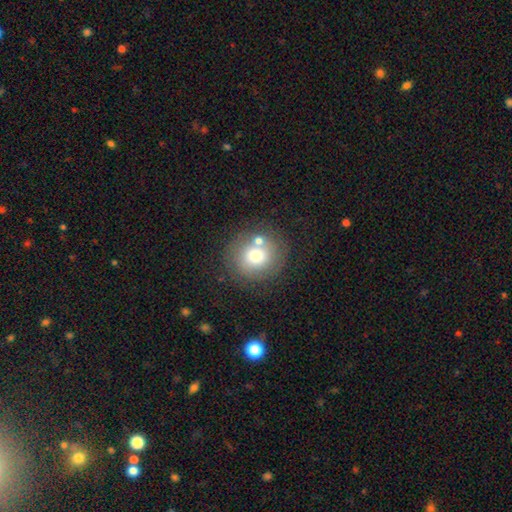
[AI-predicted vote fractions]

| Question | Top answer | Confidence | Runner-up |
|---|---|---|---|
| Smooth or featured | smooth | 70% | featured or disk (20%) |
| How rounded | round | 86% | in between (13%) |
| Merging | none | 71% | minor disturbance (13%) |